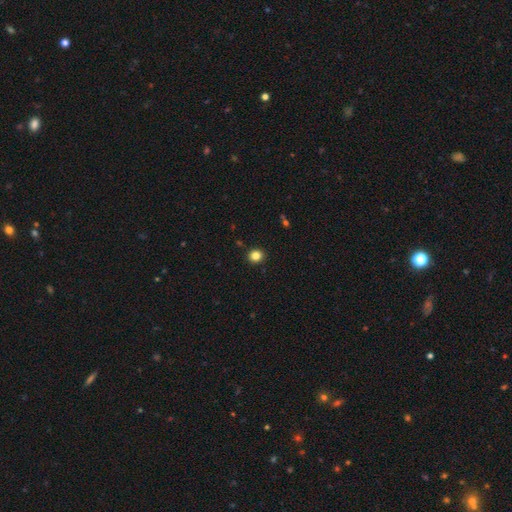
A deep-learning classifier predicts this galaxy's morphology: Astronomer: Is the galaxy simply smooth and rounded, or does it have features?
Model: smooth — 84%.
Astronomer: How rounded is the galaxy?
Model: round — 85%.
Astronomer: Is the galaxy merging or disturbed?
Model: none — 92%.